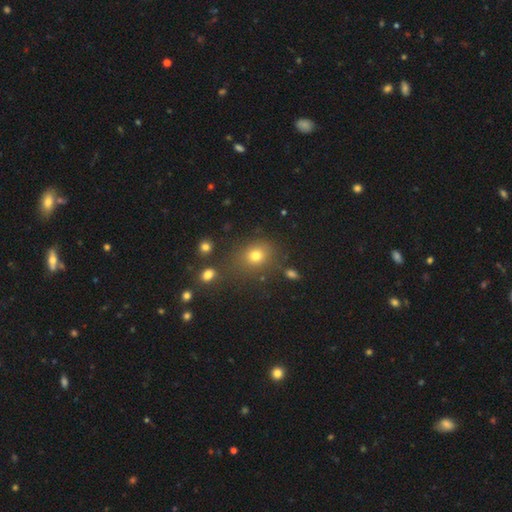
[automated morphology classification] Smooth or featured? Predicted: smooth (p=0.75). How rounded? Predicted: round (p=0.63). Merging? Predicted: none (p=0.74).